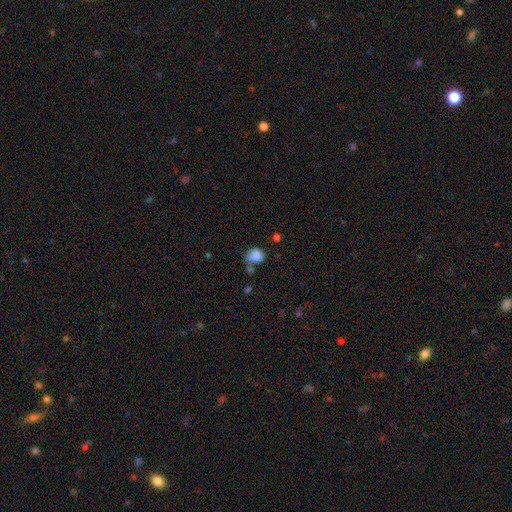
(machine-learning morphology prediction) type=smooth (84%); roundness=round (62%); merging=none (51%).